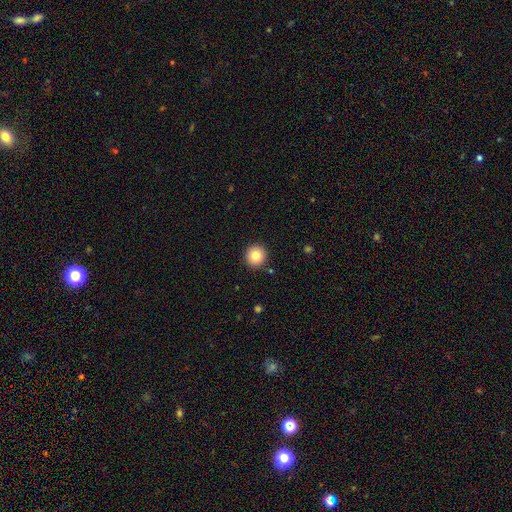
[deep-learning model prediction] Smooth or featured? Predicted: smooth (p=0.82). How rounded? Predicted: round (p=0.94). Merging? Predicted: none (p=0.91).